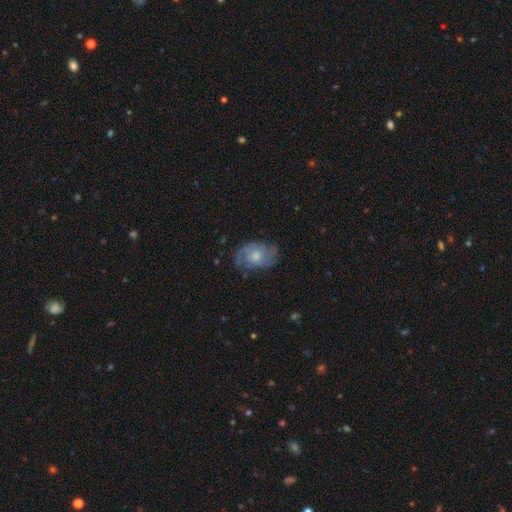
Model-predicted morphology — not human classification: The model was most divided on "bulge size": moderate: 51%, small: 37%, large: 6%, none: 5%, dominant: 1%. More confident: edge-on disk — no (96%); spiral arms — yes (81%); bar — no (70%); merging — none (63%); smooth or featured — featured or disk (60%).